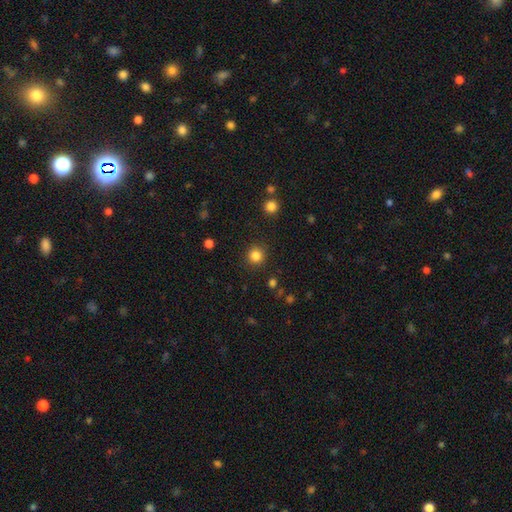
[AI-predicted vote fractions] Q: Smooth or featured?
A: smooth (83%); runner-up: star or artifact (13%)
Q: How rounded?
A: round (93%); runner-up: in between (6%)
Q: Merging?
A: none (90%); runner-up: minor disturbance (6%)